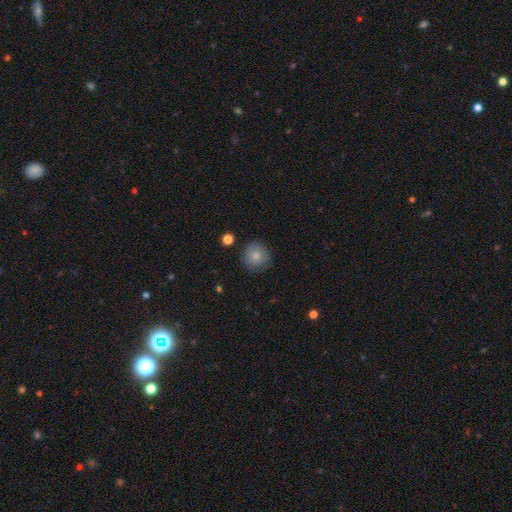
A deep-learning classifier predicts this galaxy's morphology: Smooth or featured? smooth (80%)
How rounded? round (93%)
Merging? none (83%)